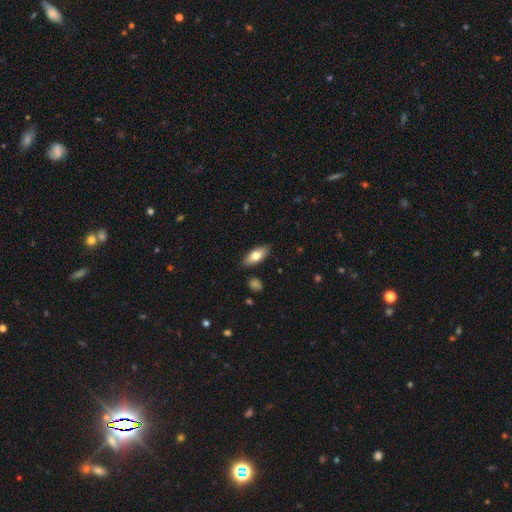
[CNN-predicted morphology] Smooth or featured: smooth — 70% (featured or disk — 24%)
How rounded: in between — 77% (cigar-shaped — 20%)
Merging: none — 86% (minor disturbance — 11%)